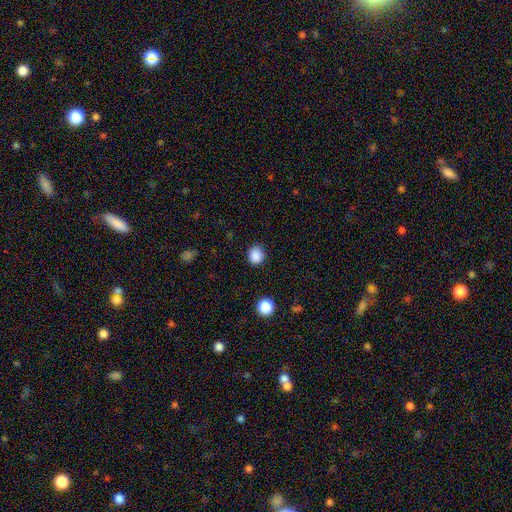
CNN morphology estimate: Smooth or featured? Predicted: smooth (p=0.86). How rounded? Predicted: round (p=0.84). Merging? Predicted: none (p=0.87).